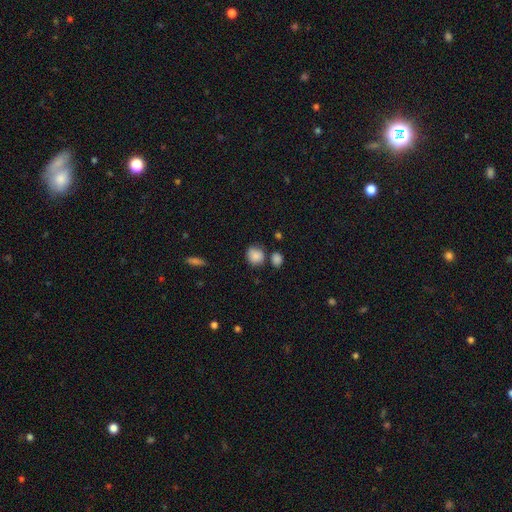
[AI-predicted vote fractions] Overall: smooth (86%). How rounded: round (74%). Merging: none (64%).